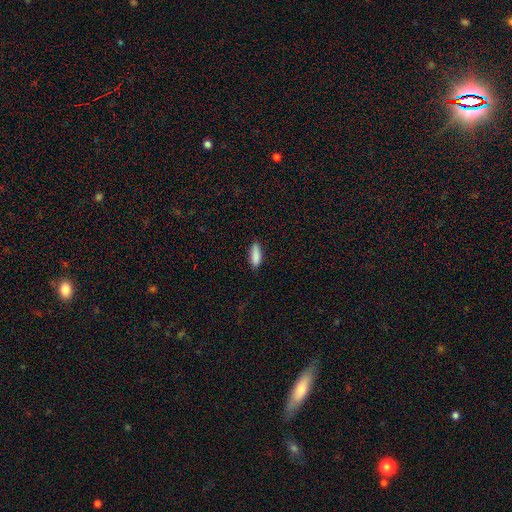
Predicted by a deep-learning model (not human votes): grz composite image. It shows a smooth galaxy with no disk features (88%) that is in between round and cigar-shaped (62%). Merging: none (81%).